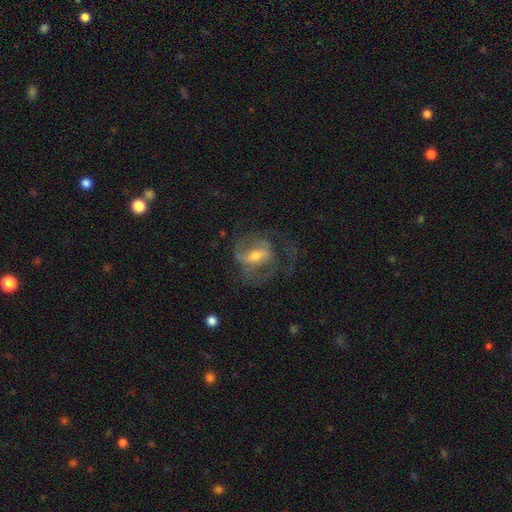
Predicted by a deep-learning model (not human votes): A featured or disk galaxy (75%) with a weak bar (45%), 2 (51%) medium (47%) spiral arms (78%) and a moderate central bulge (49%). Merging: none (46%).